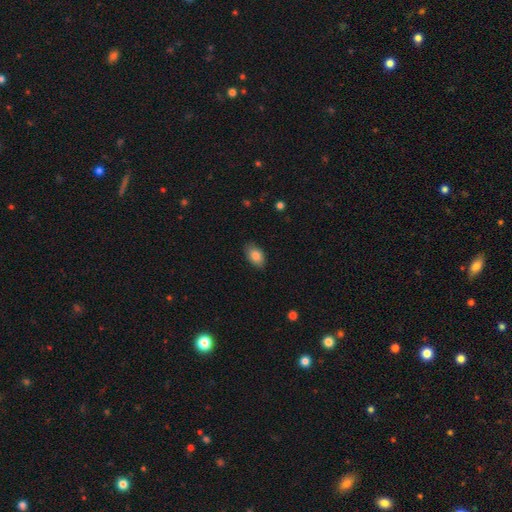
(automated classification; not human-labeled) Smooth or featured? smooth (85%)
How rounded? in between (91%)
Merging? none (84%)